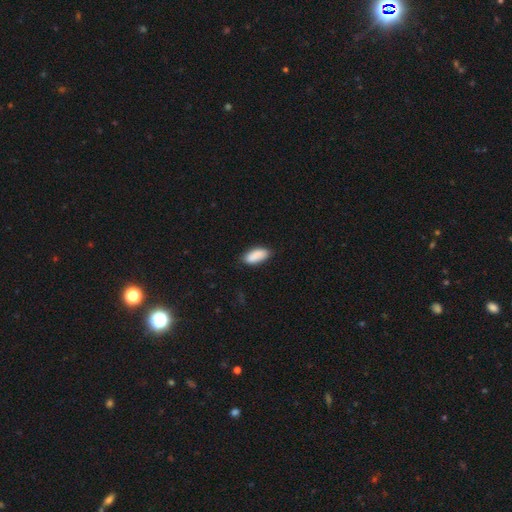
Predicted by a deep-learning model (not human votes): A smooth galaxy with no disk features (90%) that is in between round and cigar-shaped (89%).

Vote fractions:
- Smooth or featured? smooth: 90% / star or artifact: 6% / featured or disk: 4%
- How rounded? in between: 89% / cigar-shaped: 10% / round: 2%
- Merging? none: 82% / minor disturbance: 15% / major disturbance: 2% / merger: 1%